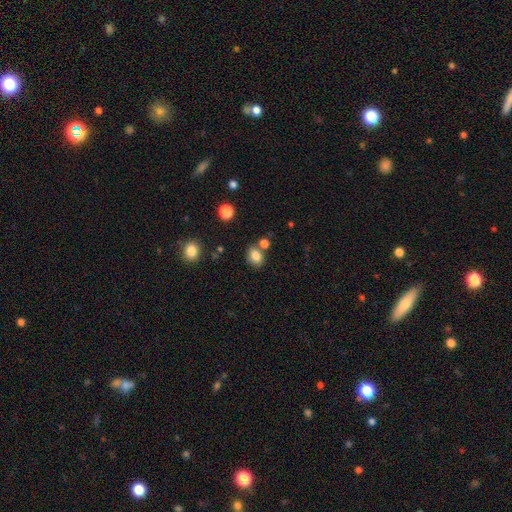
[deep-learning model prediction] Smooth or featured: smooth — 81% (star or artifact — 11%)
How rounded: in between — 58% (round — 41%)
Merging: none — 69% (merger — 14%)